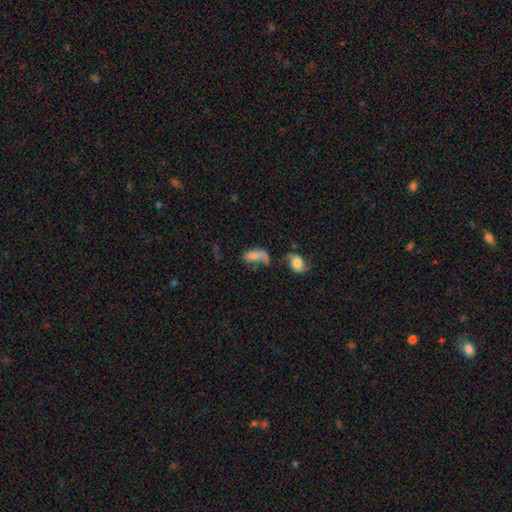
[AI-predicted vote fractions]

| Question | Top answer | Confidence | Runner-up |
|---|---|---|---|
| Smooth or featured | smooth | 67% | featured or disk (21%) |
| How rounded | in between | 83% | cigar-shaped (12%) |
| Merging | none | 29% | major disturbance (28%) |